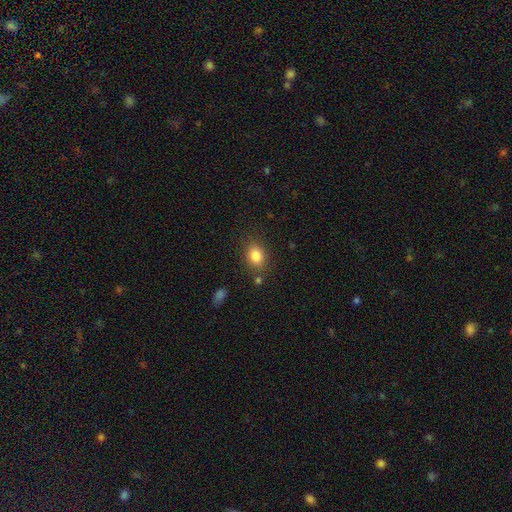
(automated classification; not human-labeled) The model was most divided on "how rounded": in between: 62%, round: 37%, cigar-shaped: 1%. More confident: smooth or featured — smooth (84%); merging — none (79%).